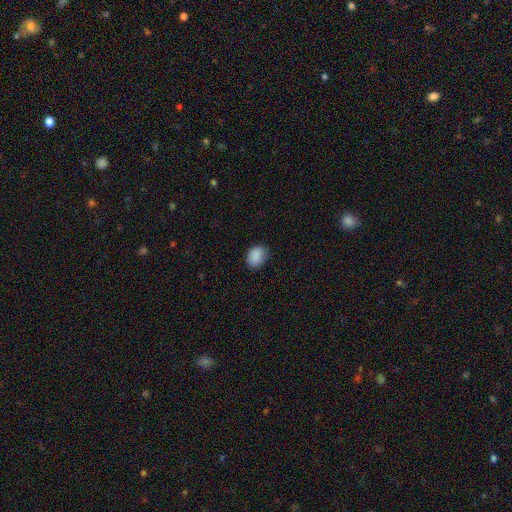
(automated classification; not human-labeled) smooth-or-featured: smooth: 88% | star or artifact: 8% | featured or disk: 4%
  how-rounded: in between: 68% | round: 31% | cigar-shaped: 1%
  merging: none: 79% | minor disturbance: 17% | major disturbance: 3% | merger: 1%